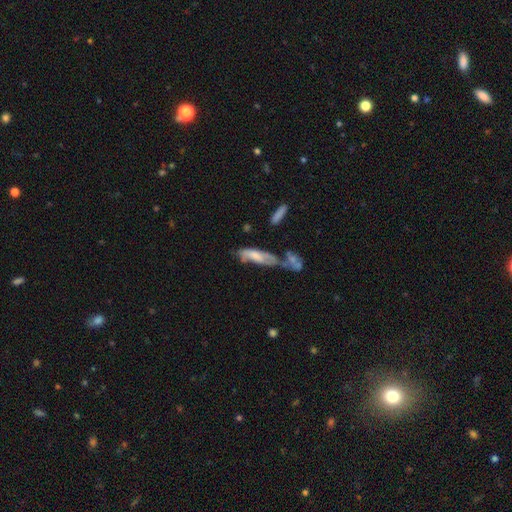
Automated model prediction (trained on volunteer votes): Smooth or featured? smooth (54%)
How rounded? cigar-shaped (51%)
Merging? merger (41%)